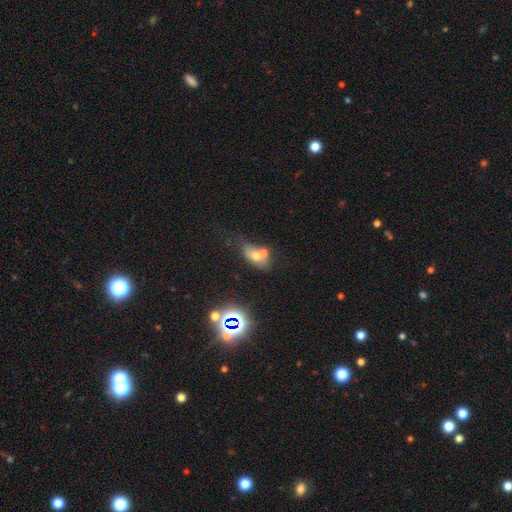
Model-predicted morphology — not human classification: Q: Smooth or featured?
A: smooth (57%); runner-up: featured or disk (25%)
Q: How rounded?
A: in between (73%); runner-up: round (22%)
Q: Merging?
A: merger (46%); runner-up: none (30%)